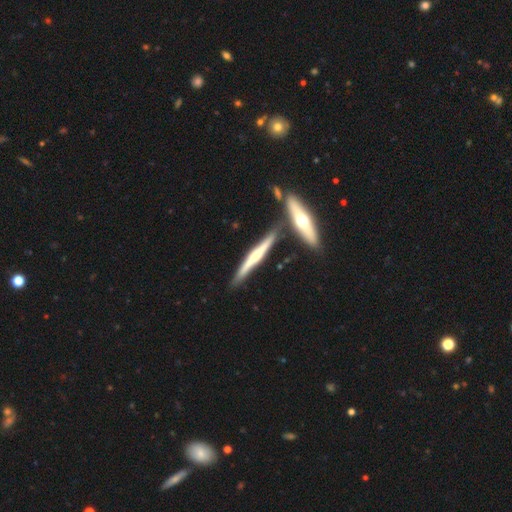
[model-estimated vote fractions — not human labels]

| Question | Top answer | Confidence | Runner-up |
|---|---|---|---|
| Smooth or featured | featured or disk | 70% | smooth (25%) |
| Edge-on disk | yes | 97% | no (3%) |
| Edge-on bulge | rounded | 83% | none (10%) |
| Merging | none | 74% | merger (14%) |